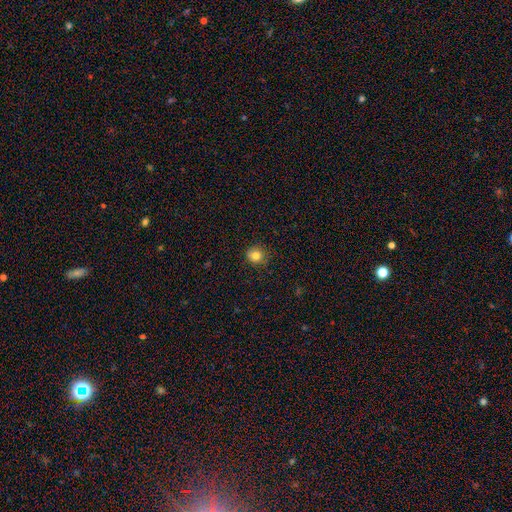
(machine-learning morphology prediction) smooth_or_featured: smooth (p=0.81) [alt: star or artifact p=0.12]
how_rounded: round (p=0.90) [alt: in between p=0.09]
merging: none (p=0.87) [alt: minor disturbance p=0.10]